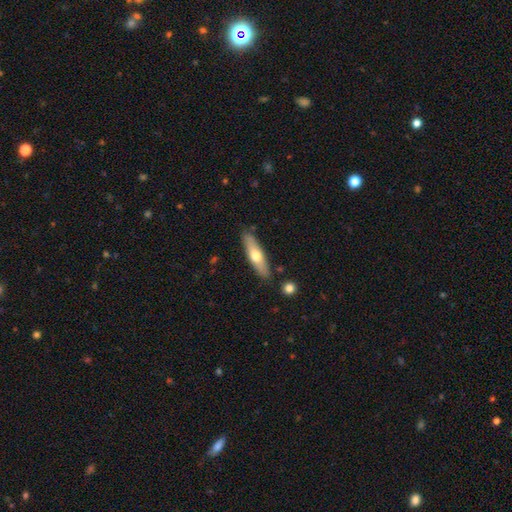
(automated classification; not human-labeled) smooth 54%, featured or disk 41%, star or artifact 5%. Down the decision tree: how rounded — cigar-shaped (69%); merging — none (85%).